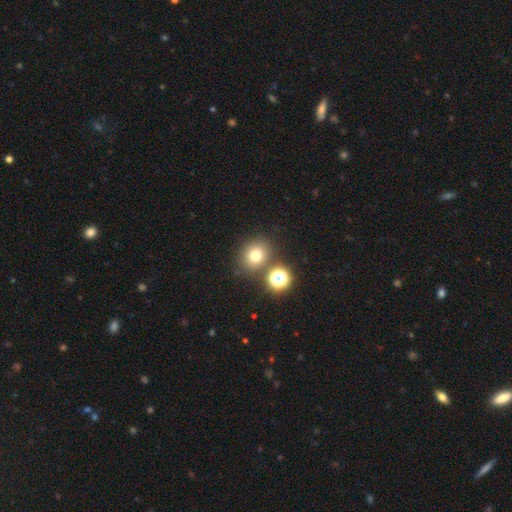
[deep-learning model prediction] Smooth or featured? smooth (73%)
How rounded? round (73%)
Merging? none (77%)